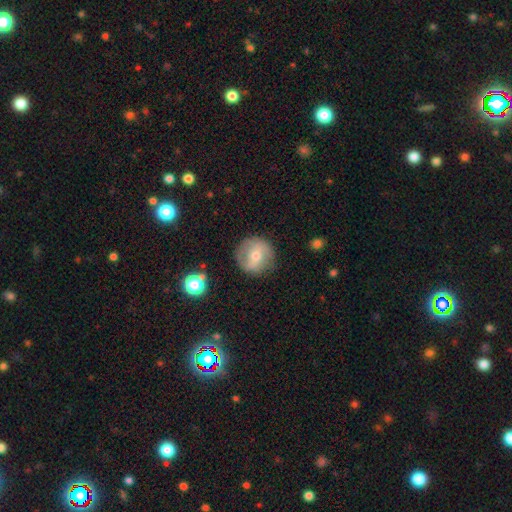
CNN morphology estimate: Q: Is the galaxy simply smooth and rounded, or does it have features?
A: featured or disk — 47%.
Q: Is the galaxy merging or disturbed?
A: none — 81%.